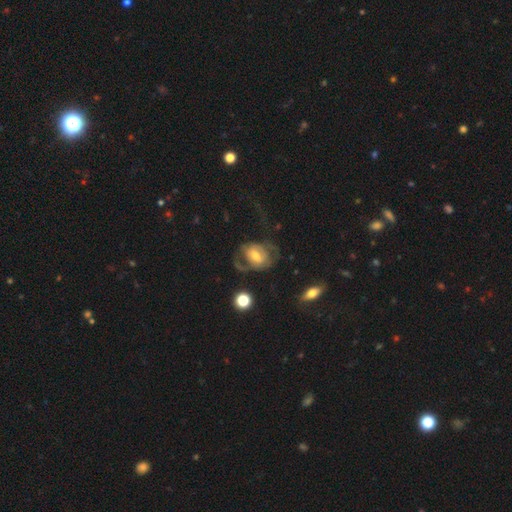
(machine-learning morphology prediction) smooth-or-featured: featured or disk: 62% | smooth: 30% | star or artifact: 8%
  disk-edge-on: no: 95% | yes: 5%
    bar: no: 45% | weak: 40% | strong: 15%
    has-spiral-arms: yes: 70% | no: 30%
    bulge-size: moderate: 60% | small: 23% | large: 13% | none: 2% | dominant: 2%
  merging: major disturbance: 41% | none: 37% | minor disturbance: 18% | merger: 4%